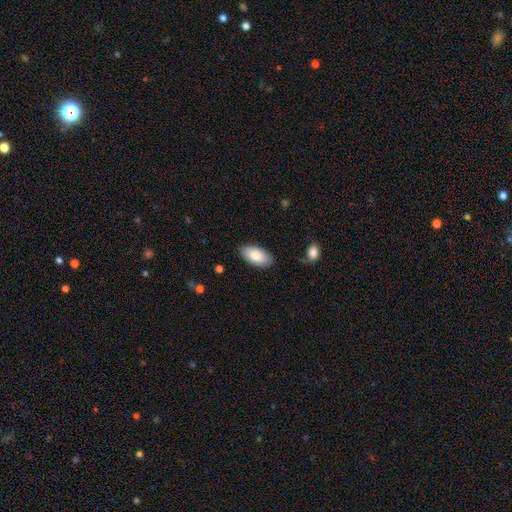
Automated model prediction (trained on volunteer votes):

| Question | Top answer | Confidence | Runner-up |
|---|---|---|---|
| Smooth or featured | smooth | 83% | featured or disk (11%) |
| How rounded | in between | 95% | cigar-shaped (3%) |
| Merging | none | 86% | minor disturbance (10%) |